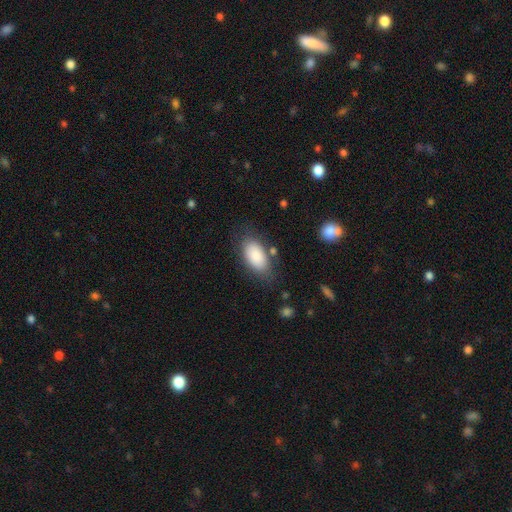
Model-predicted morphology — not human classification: smooth-or-featured: smooth: 85% | featured or disk: 9% | star or artifact: 7%
  how-rounded: in between: 93% | round: 4% | cigar-shaped: 3%
  merging: none: 71% | minor disturbance: 18% | major disturbance: 6% | merger: 5%